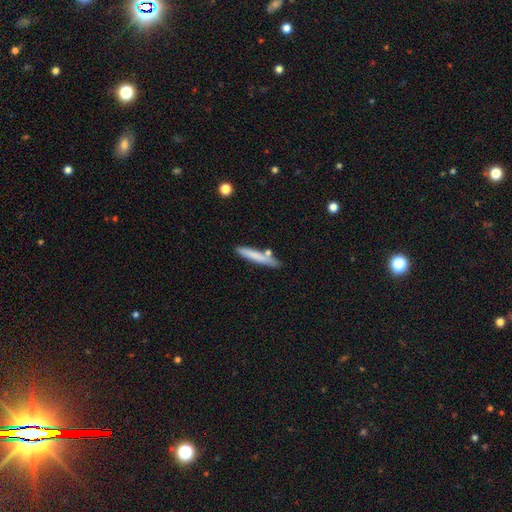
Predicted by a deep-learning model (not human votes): A smooth galaxy with no disk features (74%) that is cigar-shaped (93%).

Vote fractions:
- Smooth or featured? smooth: 74% / featured or disk: 20% / star or artifact: 6%
- How rounded? cigar-shaped: 93% / in between: 6% / round: 1%
- Merging? none: 75% / minor disturbance: 14% / merger: 8% / major disturbance: 3%